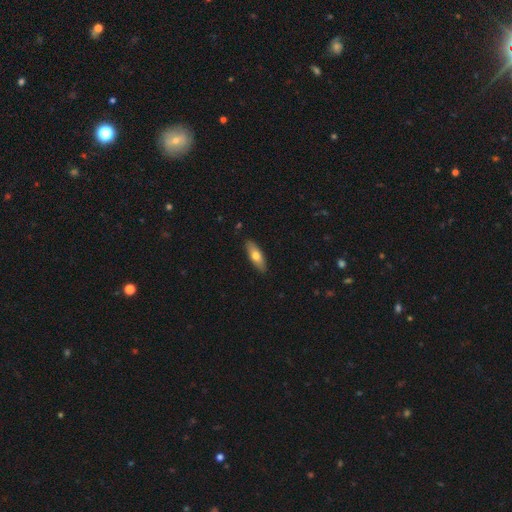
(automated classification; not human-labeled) smooth-or-featured: smooth: 66% | featured or disk: 28% | star or artifact: 6%
  how-rounded: in between: 58% | cigar-shaped: 40% | round: 2%
  merging: none: 88% | minor disturbance: 9% | major disturbance: 2% | merger: 1%